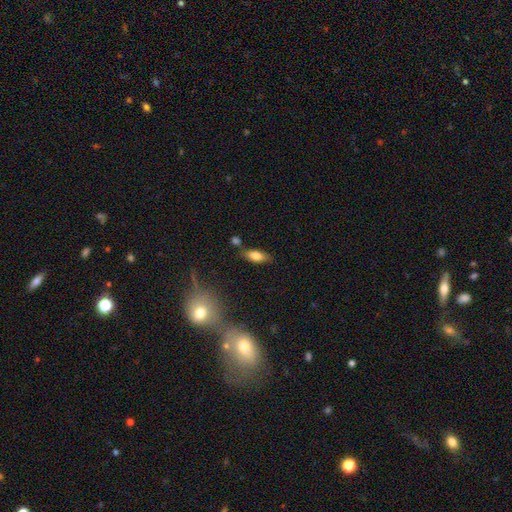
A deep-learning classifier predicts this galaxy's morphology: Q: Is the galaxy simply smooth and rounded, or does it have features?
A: smooth — 77%.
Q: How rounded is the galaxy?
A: in between — 81%.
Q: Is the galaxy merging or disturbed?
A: none — 72%.